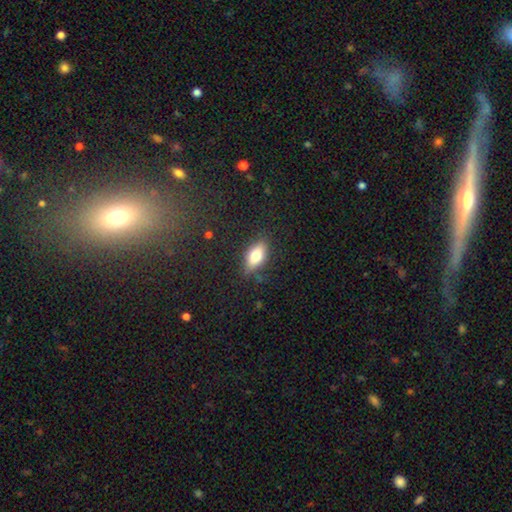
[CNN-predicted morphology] A smooth galaxy with no disk features (71%) that is in between round and cigar-shaped (81%). Merging: none (78%).